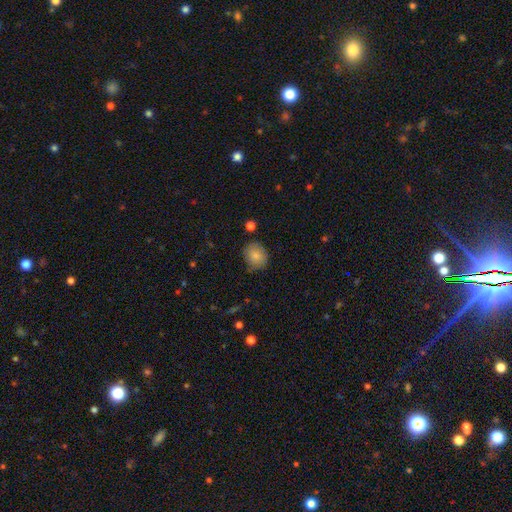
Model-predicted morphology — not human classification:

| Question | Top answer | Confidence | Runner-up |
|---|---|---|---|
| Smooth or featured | smooth | 83% | featured or disk (9%) |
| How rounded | round | 63% | in between (36%) |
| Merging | none | 76% | minor disturbance (18%) |